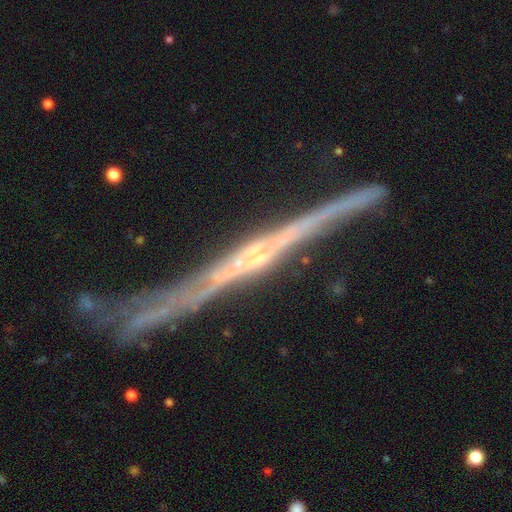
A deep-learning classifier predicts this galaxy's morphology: The model was most divided on "edge-on bulge": rounded: 63%, none: 28%, boxy: 8%. More confident: edge-on disk — yes (96%); smooth or featured — featured or disk (88%); merging — none (70%).